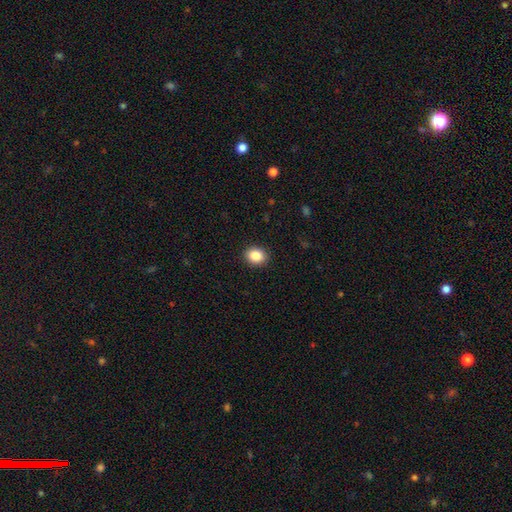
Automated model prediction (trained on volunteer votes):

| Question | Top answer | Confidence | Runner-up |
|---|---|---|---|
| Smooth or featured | smooth | 87% | star or artifact (9%) |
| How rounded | round | 58% | in between (41%) |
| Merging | none | 90% | minor disturbance (7%) |